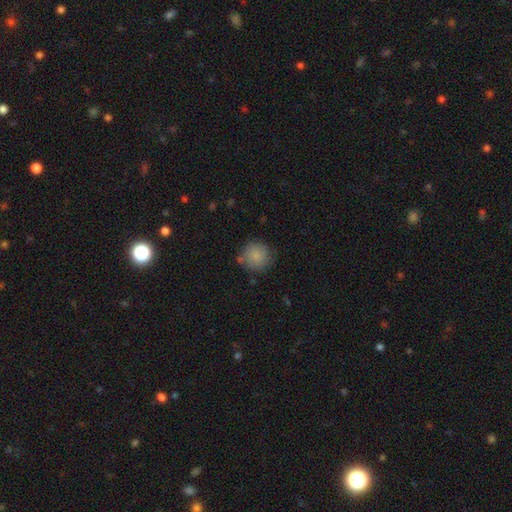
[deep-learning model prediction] Smooth or featured? smooth (84%)
How rounded? round (92%)
Merging? none (76%)